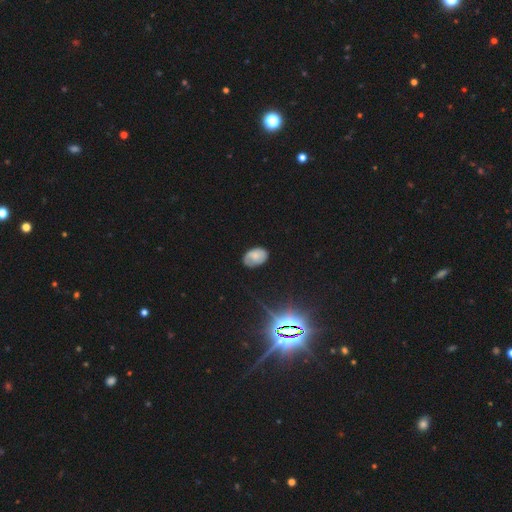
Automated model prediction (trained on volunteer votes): This appears to be a smooth galaxy with no disk features (65%) that is in between round and cigar-shaped (89%). Merging: none (70%).